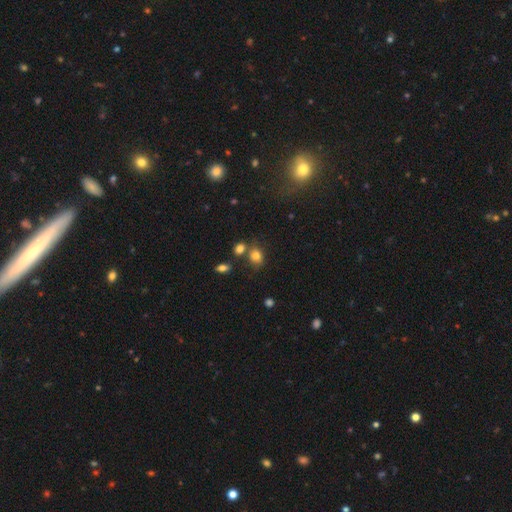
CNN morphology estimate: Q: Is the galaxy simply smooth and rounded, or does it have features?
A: smooth — 80%.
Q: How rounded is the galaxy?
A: round — 56%.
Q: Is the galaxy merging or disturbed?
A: none — 62%.